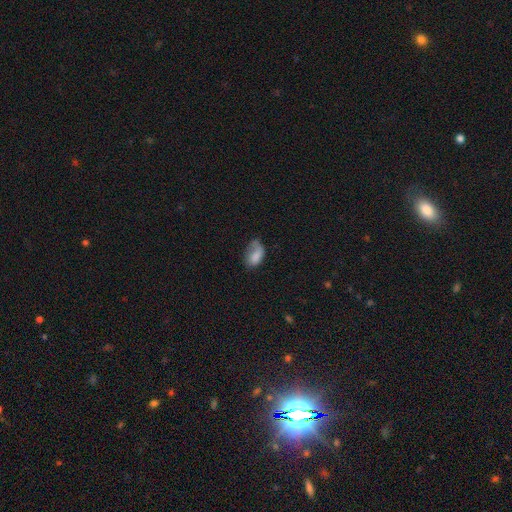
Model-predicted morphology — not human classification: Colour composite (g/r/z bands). It shows a smooth galaxy with no disk features (72%) that is in between round and cigar-shaped (91%). Merging: none (36%).